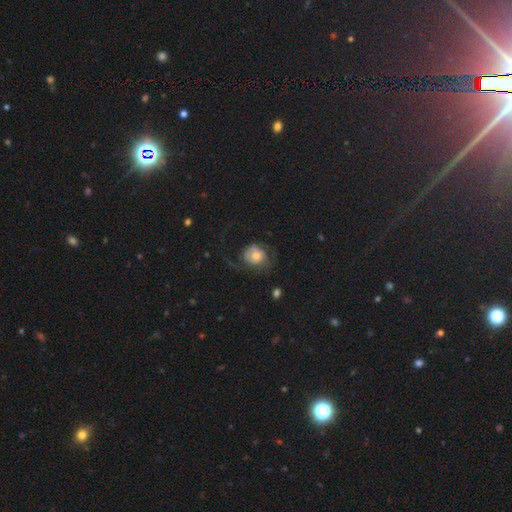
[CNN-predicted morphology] smooth 54%, featured or disk 38%, star or artifact 8%. Down the decision tree: how rounded — round (74%); merging — none (41%).